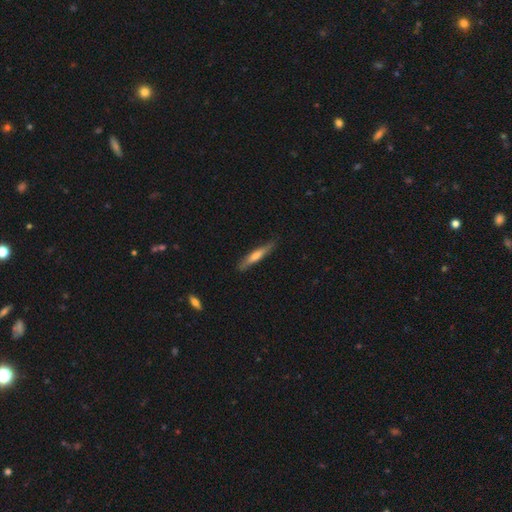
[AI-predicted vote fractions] This is possibly a smooth galaxy (47%, tied with featured or disk). Merging: clearly none (84%).